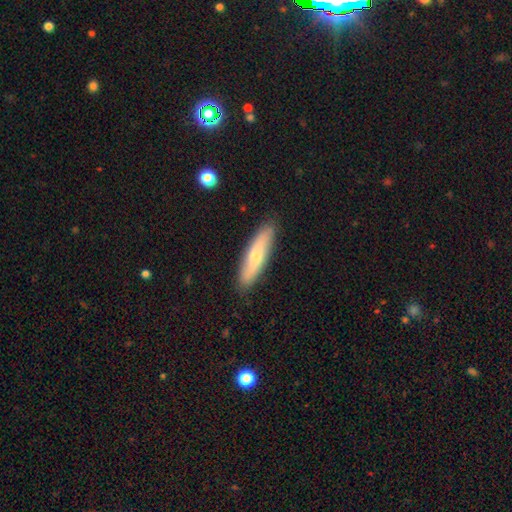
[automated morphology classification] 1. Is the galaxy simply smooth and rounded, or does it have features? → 61% smooth, 33% featured or disk, 5% star or artifact.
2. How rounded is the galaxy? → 78% cigar-shaped, 20% in between, 2% round.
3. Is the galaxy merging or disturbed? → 89% none, 9% minor disturbance, 2% major disturbance, 1% merger.